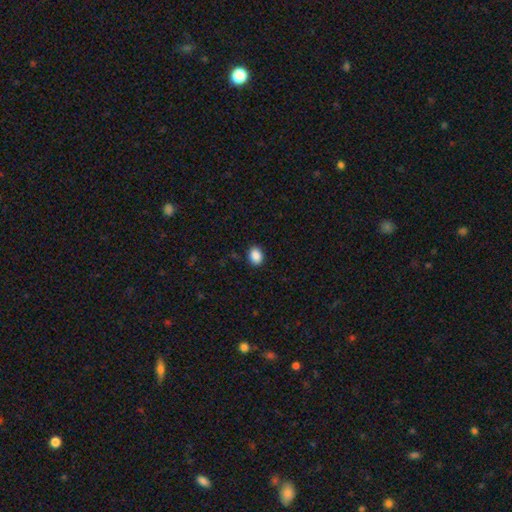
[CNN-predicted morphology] This appears to be a smooth galaxy with no disk features (89%) that is in between round and cigar-shaped (67%). Merging: none (90%).